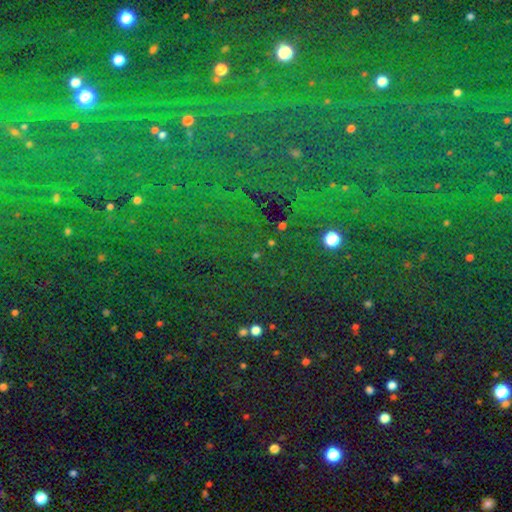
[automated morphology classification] A star or artifact, not a galaxy (74%).

Vote fractions:
- Smooth or featured? star or artifact: 74% / smooth: 17% / featured or disk: 8%